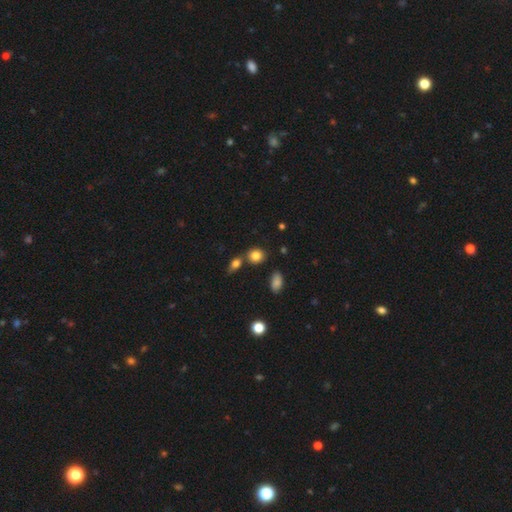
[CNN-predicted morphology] smooth-or-featured: smooth: 83% | star or artifact: 10% | featured or disk: 7%
  how-rounded: round: 62% | in between: 36% | cigar-shaped: 2%
  merging: none: 64% | merger: 21% | minor disturbance: 12% | major disturbance: 4%